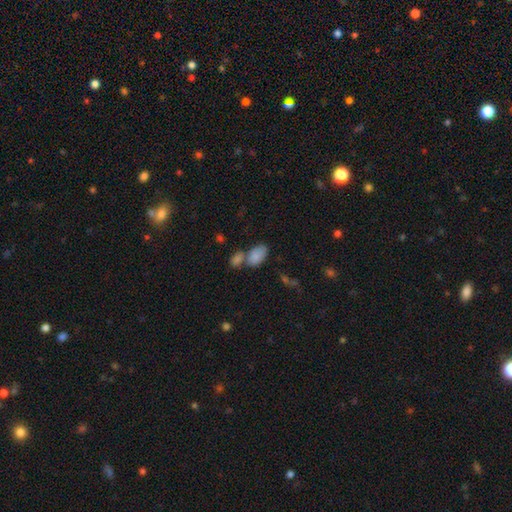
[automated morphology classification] The model was most divided on "merging": merger: 42%, none: 40%, minor disturbance: 13%, major disturbance: 6%. More confident: how rounded — in between (93%); smooth or featured — smooth (83%).